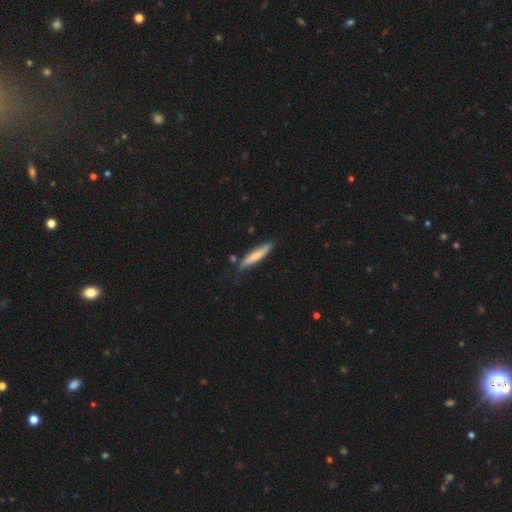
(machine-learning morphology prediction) Smooth or featured? smooth (69%)
How rounded? cigar-shaped (88%)
Merging? none (72%)